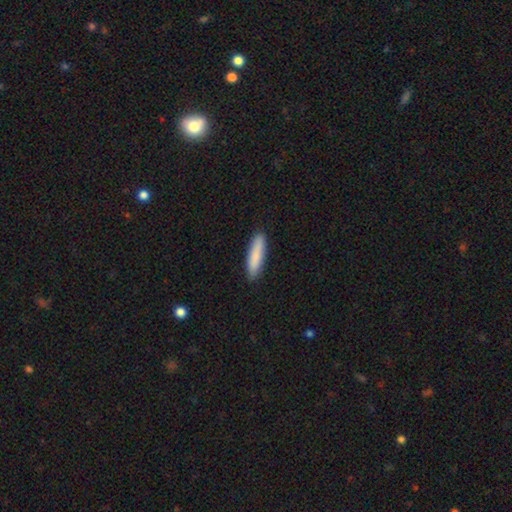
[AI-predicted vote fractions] This appears to be a smooth galaxy with no disk features (86%) that is cigar-shaped (76%). Merging: none (89%).